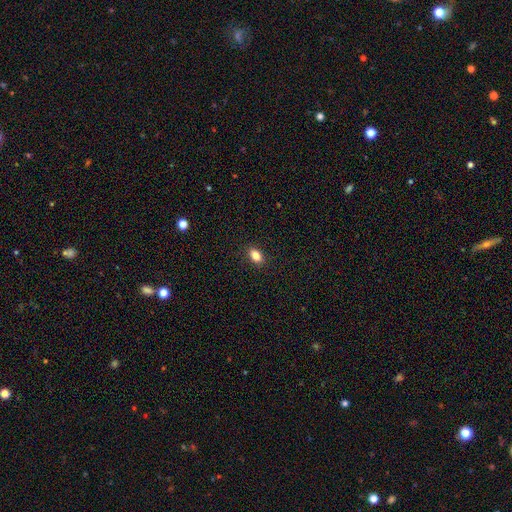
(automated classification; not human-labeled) Overall: smooth (84%). How rounded: in between (86%). Merging: none (89%).